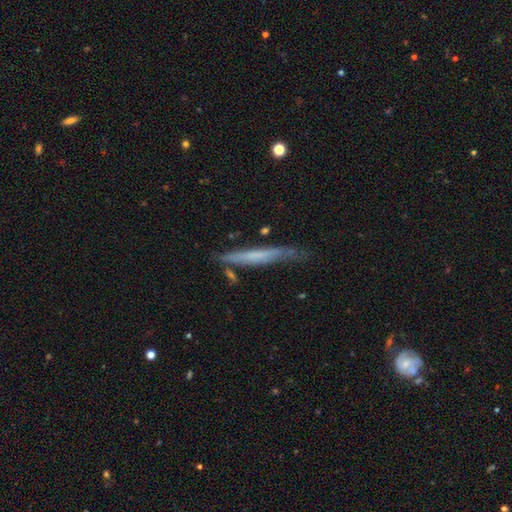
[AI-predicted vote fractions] Smooth or featured: smooth — 47% (featured or disk — 46%)
Merging: none — 66% (minor disturbance — 24%)